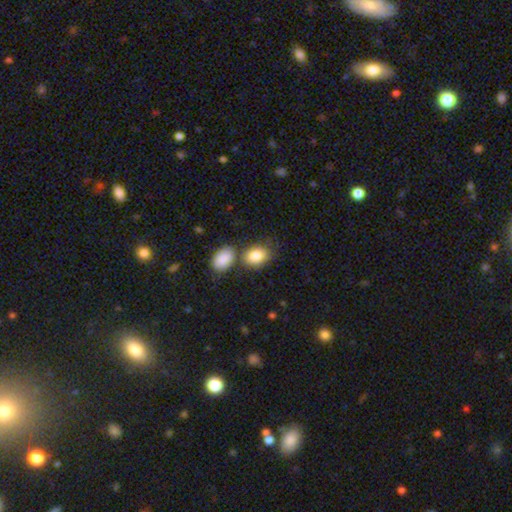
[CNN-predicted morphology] Overall: smooth (85%). How rounded: in between (77%). Merging: none (54%; merger 26%).